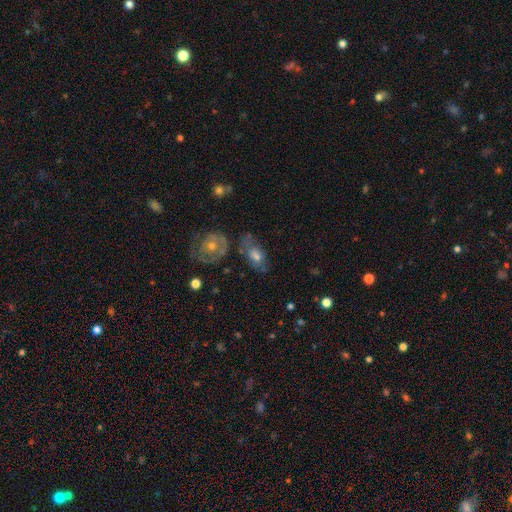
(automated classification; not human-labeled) The model was most divided on "smooth or featured": smooth: 51%, featured or disk: 39%, star or artifact: 10%. More confident: how rounded — in between (81%); merging — none (52%).